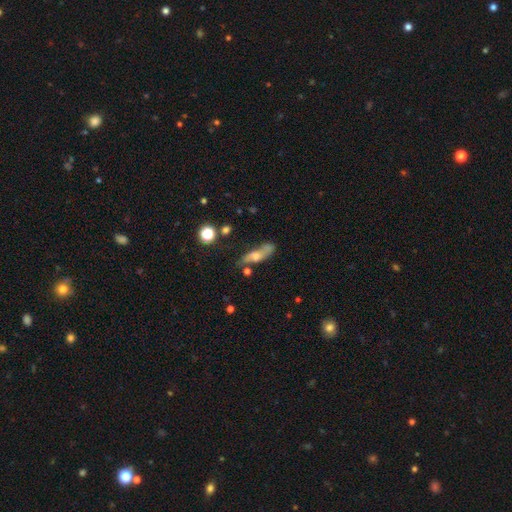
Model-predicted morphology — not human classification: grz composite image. It shows a smooth galaxy with no disk features (49%). Merging: none (49%).